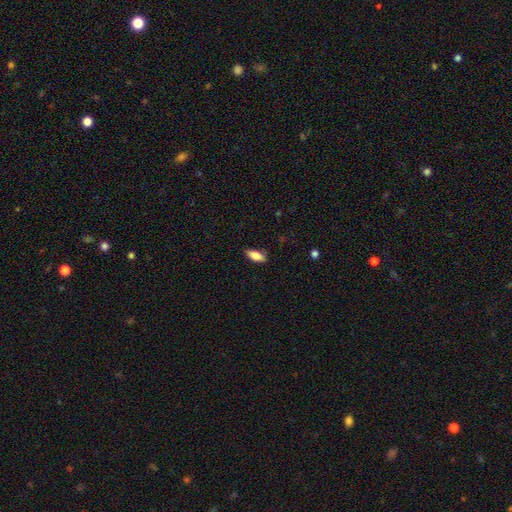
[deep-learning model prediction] This is clearly a smooth galaxy (80%). How rounded: likely in between (78%). Merging: clearly none (83%).